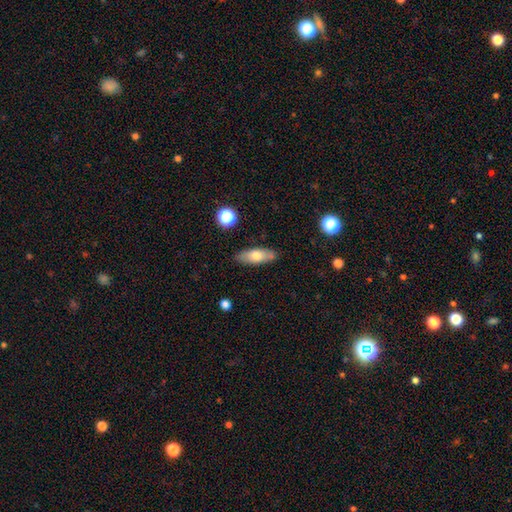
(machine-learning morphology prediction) A smooth galaxy with no disk features (67%) that is in between round and cigar-shaped (65%).

Vote fractions:
- Smooth or featured? smooth: 67% / featured or disk: 26% / star or artifact: 7%
- How rounded? in between: 65% / cigar-shaped: 32% / round: 3%
- Merging? none: 83% / minor disturbance: 12% / merger: 2% / major disturbance: 2%